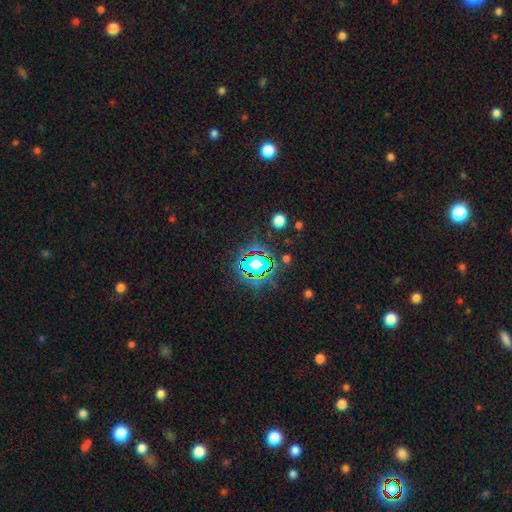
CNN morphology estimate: star or artifact 75%, smooth 15%, featured or disk 10%.